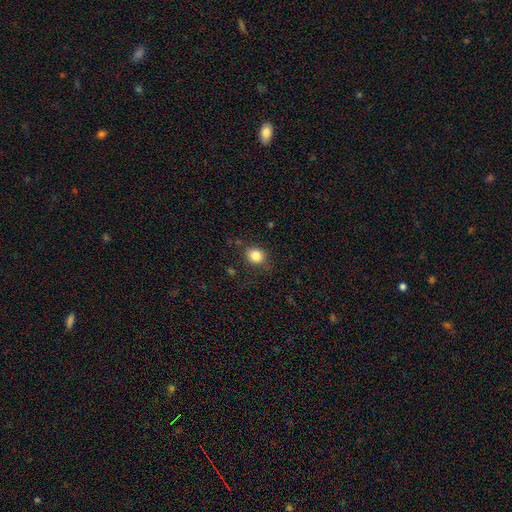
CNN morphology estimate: smooth-or-featured: smooth: 84% | star or artifact: 10% | featured or disk: 6%
  how-rounded: round: 70% | in between: 29% | cigar-shaped: 1%
  merging: none: 80% | minor disturbance: 14% | major disturbance: 4% | merger: 2%